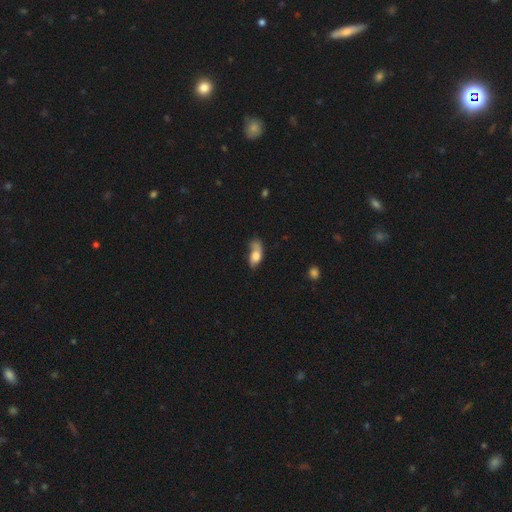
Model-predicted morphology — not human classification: Smooth or featured: smooth — 69% (featured or disk — 22%)
How rounded: in between — 82% (cigar-shaped — 10%)
Merging: none — 29% (minor disturbance — 28%)